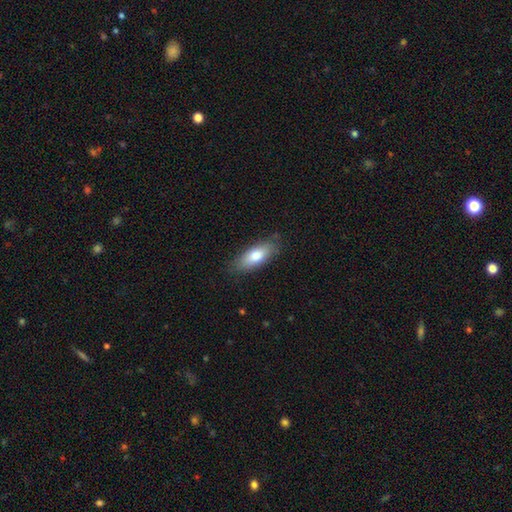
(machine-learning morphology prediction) smooth_or_featured: smooth (p=0.75) [alt: featured or disk p=0.18]
how_rounded: in between (p=0.72) [alt: cigar-shaped p=0.26]
merging: none (p=0.82) [alt: minor disturbance p=0.14]